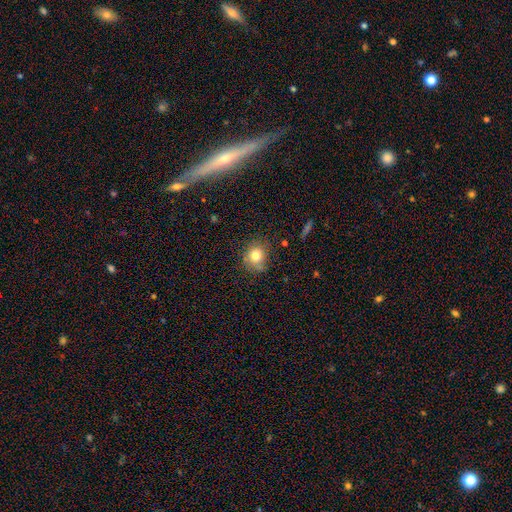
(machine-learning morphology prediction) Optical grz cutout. It shows a smooth galaxy with no disk features (78%) that is round (77%). Merging: none (72%).